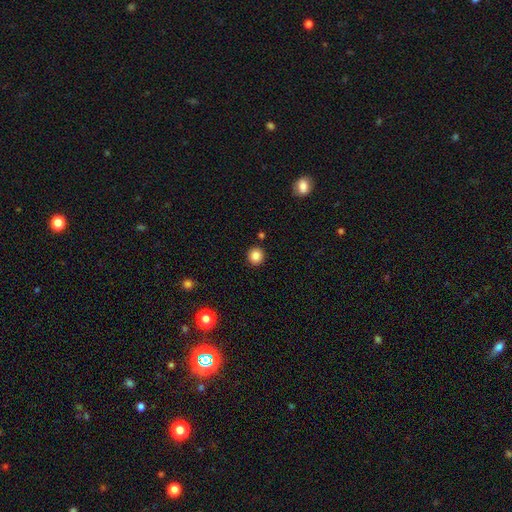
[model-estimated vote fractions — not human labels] Smooth or featured? smooth (85%)
How rounded? round (93%)
Merging? none (91%)